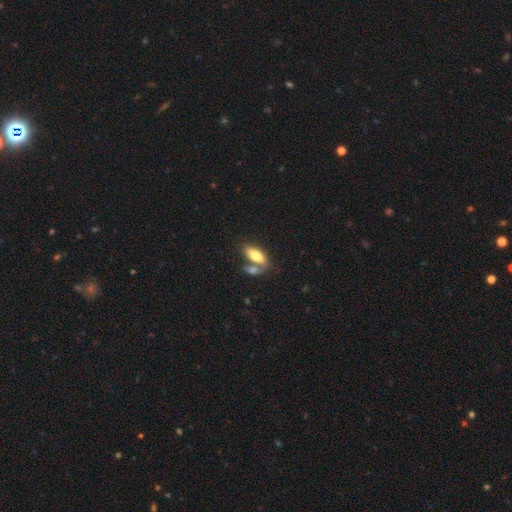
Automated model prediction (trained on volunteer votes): A smooth galaxy with no disk features (77%) that is in between round and cigar-shaped (81%).

Vote fractions:
- Smooth or featured? smooth: 77% / featured or disk: 17% / star or artifact: 6%
- How rounded? in between: 81% / cigar-shaped: 16% / round: 3%
- Merging? none: 44% / merger: 40% / minor disturbance: 11% / major disturbance: 5%